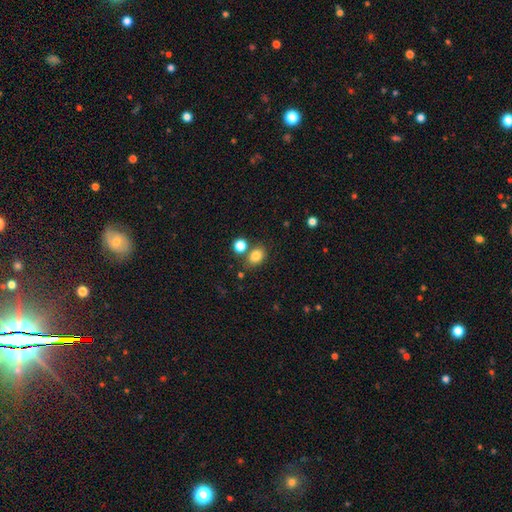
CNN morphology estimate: Smooth or featured?
  - smooth: 82% *
  - star or artifact: 12%
  - featured or disk: 6%
How rounded?
  - in between: 55% *
  - round: 44%
  - cigar-shaped: 1%
Merging?
  - none: 69% *
  - merger: 16%
  - minor disturbance: 11%
  - major disturbance: 4%